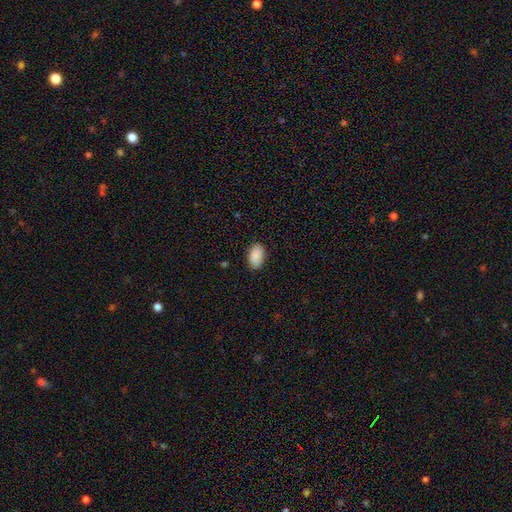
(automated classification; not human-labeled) Smooth or featured: smooth — 91% (star or artifact — 6%)
How rounded: in between — 94% (round — 5%)
Merging: none — 88% (minor disturbance — 9%)